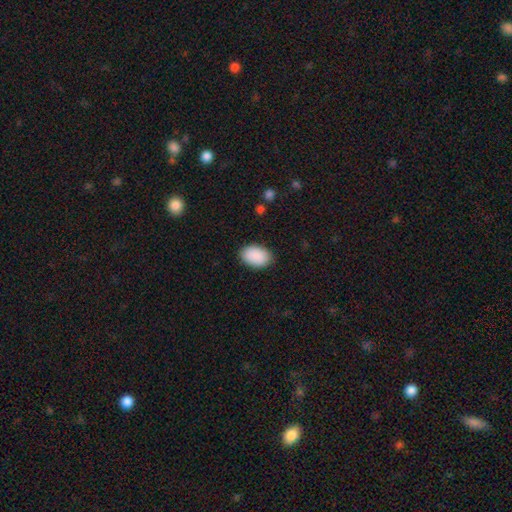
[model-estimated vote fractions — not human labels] The model was most divided on "merging": none: 87%, minor disturbance: 9%, major disturbance: 2%, merger: 1%. More confident: smooth or featured — smooth (91%); how rounded — in between (90%).